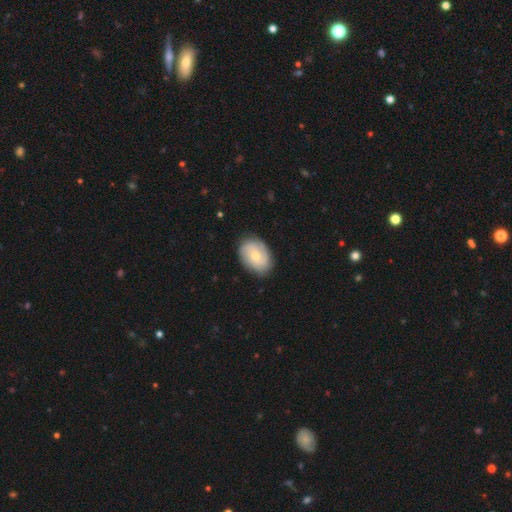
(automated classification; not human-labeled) A featured or disk galaxy (57%) with no bar (72%), spiral arms (87%) and a small central bulge (55%).

Vote fractions:
- Smooth or featured? featured or disk: 57% / smooth: 37% / star or artifact: 6%
- Edge-on disk? no: 96% / yes: 4%
- Bar? no: 72% / weak: 24% / strong: 3%
- Spiral arms? yes: 87% / no: 13%
- Bulge size? small: 55% / moderate: 41% / large: 2% / none: 2% / dominant: 1%
- Merging? none: 81% / minor disturbance: 14% / major disturbance: 3% / merger: 1%